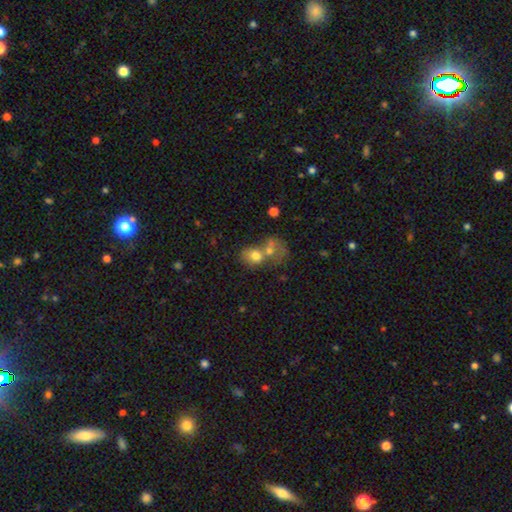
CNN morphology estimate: Q: Smooth or featured?
A: smooth (67%); runner-up: featured or disk (23%)
Q: How rounded?
A: round (52%); runner-up: in between (47%)
Q: Merging?
A: merger (68%); runner-up: none (16%)